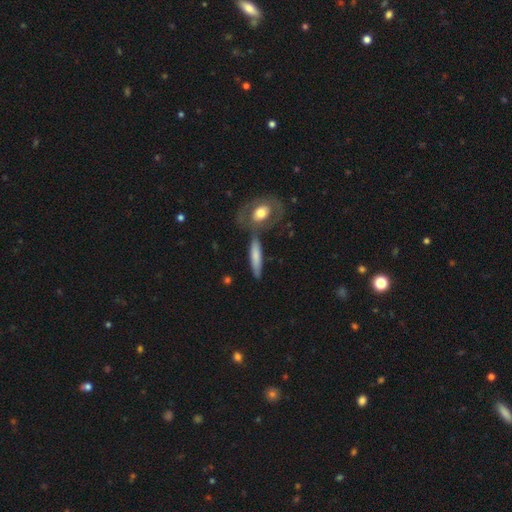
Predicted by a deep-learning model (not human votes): A smooth galaxy with no disk features (65%) that is cigar-shaped (73%). Merging: none (66%).